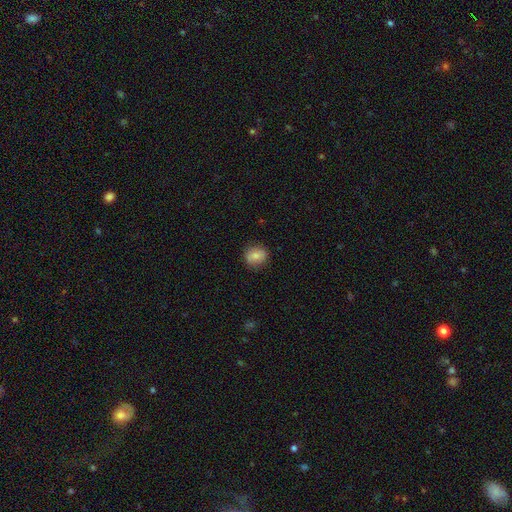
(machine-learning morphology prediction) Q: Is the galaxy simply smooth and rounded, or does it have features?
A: smooth — 76%.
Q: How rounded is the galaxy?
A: round — 69%.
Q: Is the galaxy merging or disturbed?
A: none — 81%.